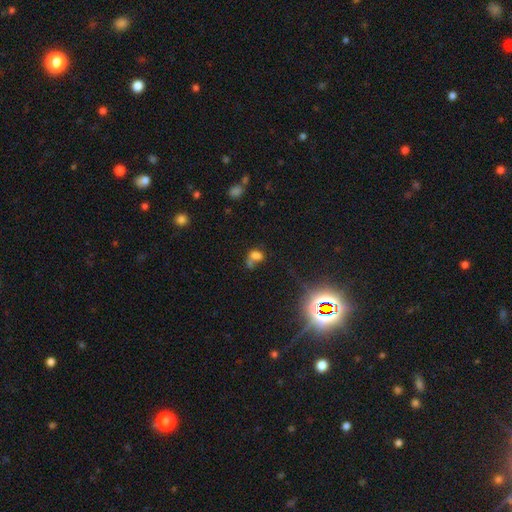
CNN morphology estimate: A smooth galaxy with no disk features (63%) that is in between round and cigar-shaped (67%). Merging: merger (45%).